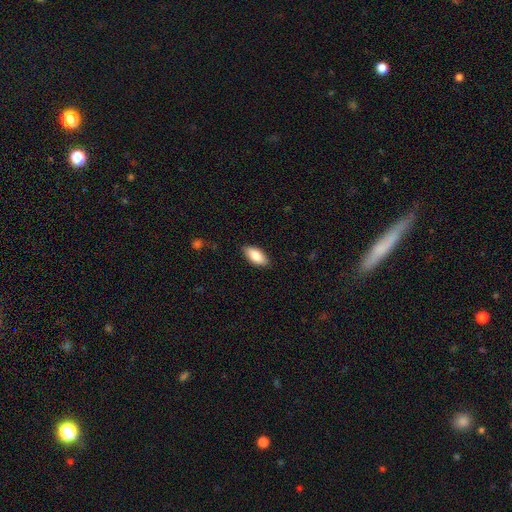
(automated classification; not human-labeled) smooth_or_featured: smooth (p=0.85) [alt: featured or disk p=0.09]
how_rounded: in between (p=0.89) [alt: cigar-shaped p=0.09]
merging: none (p=0.86) [alt: minor disturbance p=0.11]